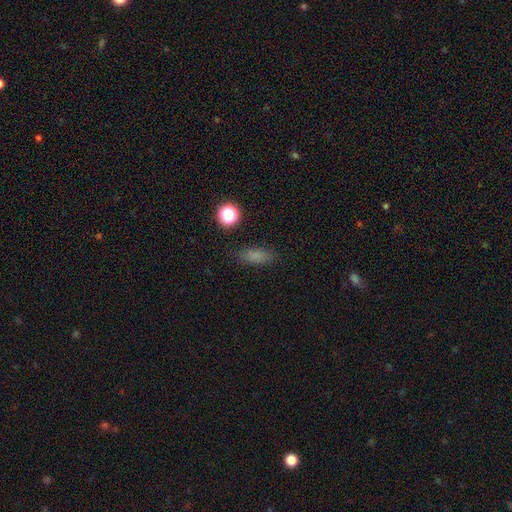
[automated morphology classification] A smooth galaxy with no disk features (78%) that is in between round and cigar-shaped (70%).

Vote fractions:
- Smooth or featured? smooth: 78% / star or artifact: 14% / featured or disk: 7%
- How rounded? in between: 70% / cigar-shaped: 24% / round: 7%
- Merging? none: 83% / minor disturbance: 12% / major disturbance: 4% / merger: 2%